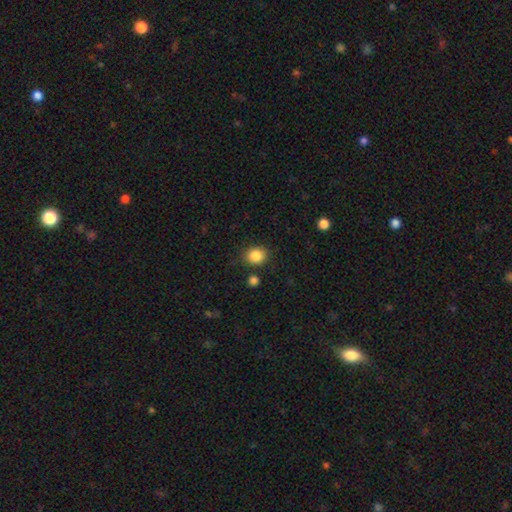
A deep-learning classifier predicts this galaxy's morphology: smooth-or-featured: smooth: 86% | star or artifact: 9% | featured or disk: 5%
  how-rounded: round: 68% | in between: 31% | cigar-shaped: 1%
  merging: none: 82% | minor disturbance: 11% | merger: 4% | major disturbance: 3%